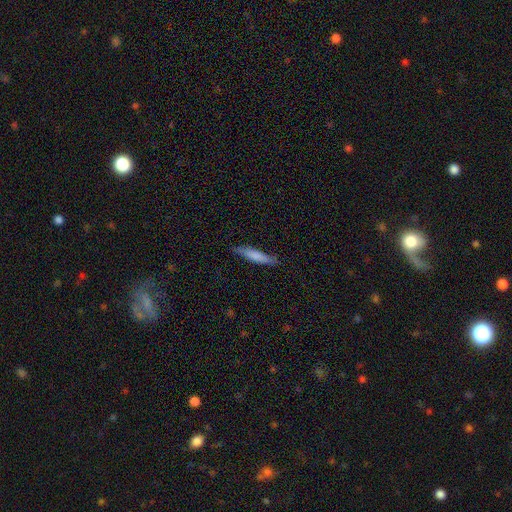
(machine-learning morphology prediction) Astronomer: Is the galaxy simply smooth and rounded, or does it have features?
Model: smooth — 74%.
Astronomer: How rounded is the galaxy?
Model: cigar-shaped — 85%.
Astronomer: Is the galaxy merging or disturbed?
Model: none — 82%.